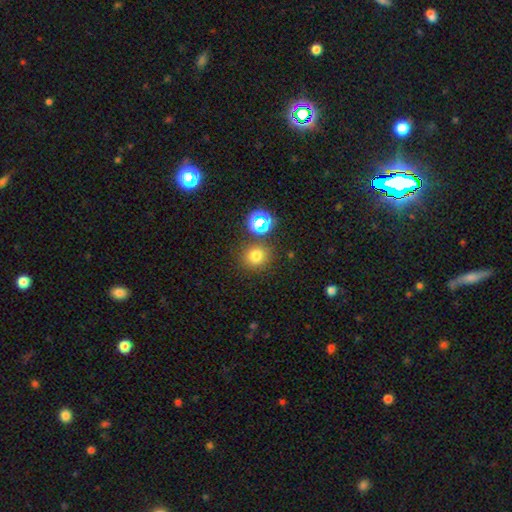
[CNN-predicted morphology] This appears to be a smooth galaxy with no disk features (74%) that is round (84%). Merging: none (80%).